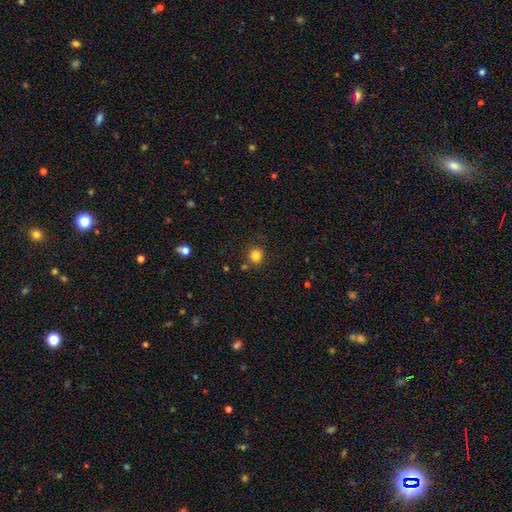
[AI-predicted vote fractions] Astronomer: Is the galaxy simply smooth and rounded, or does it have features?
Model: smooth — 82%.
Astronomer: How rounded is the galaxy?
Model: round — 92%.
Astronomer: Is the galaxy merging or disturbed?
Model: none — 85%.